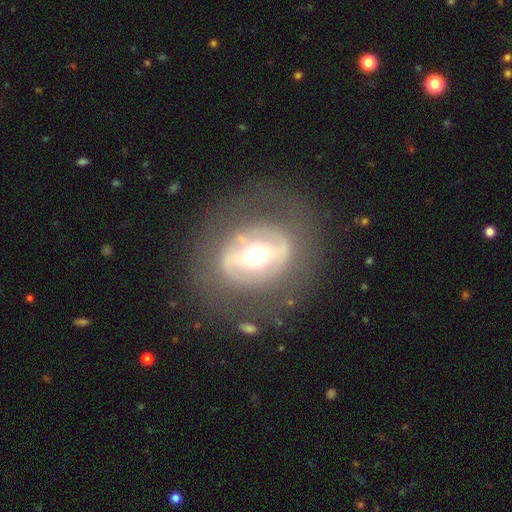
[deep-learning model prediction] This appears to be a featured or disk galaxy (69%) with a strong bar (52%), no spiral arms (67%) and a moderate central bulge (63%). Merging: none (71%).